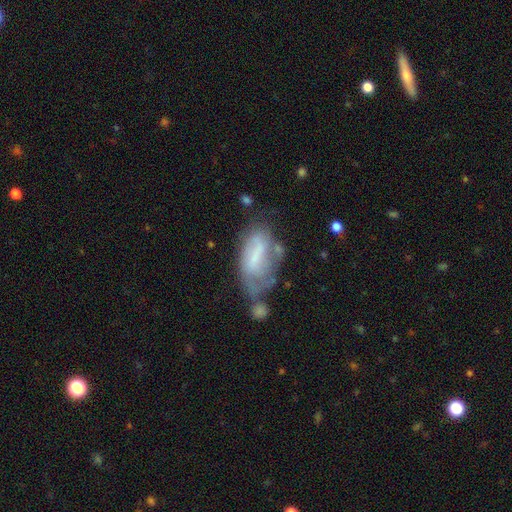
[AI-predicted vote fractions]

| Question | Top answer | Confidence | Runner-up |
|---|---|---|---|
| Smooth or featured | featured or disk | 52% | smooth (39%) |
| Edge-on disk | no | 93% | yes (7%) |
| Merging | none | 30% | minor disturbance (28%) |